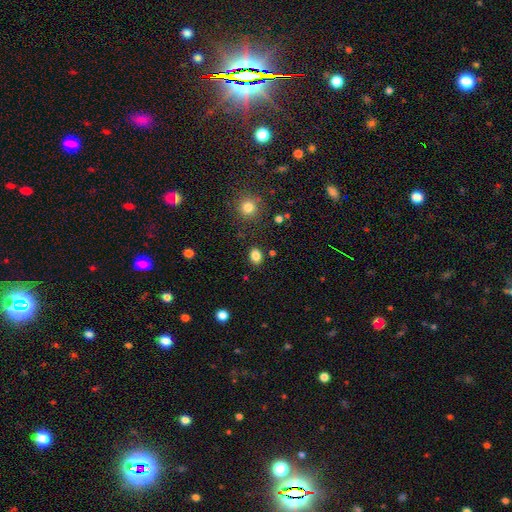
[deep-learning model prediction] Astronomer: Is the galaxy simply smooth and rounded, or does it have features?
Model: smooth — 84%.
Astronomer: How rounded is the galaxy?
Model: in between — 57% (runner-up: round, 42%).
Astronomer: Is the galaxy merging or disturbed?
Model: none — 87%.